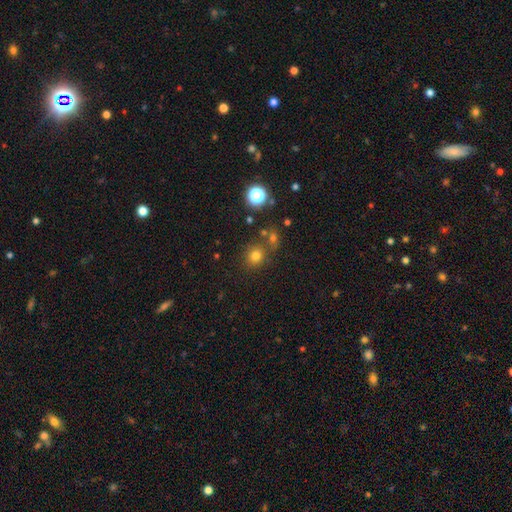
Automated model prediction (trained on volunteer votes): A smooth galaxy with no disk features (74%) that is round (83%).

Vote fractions:
- Smooth or featured? smooth: 74% / star or artifact: 20% / featured or disk: 7%
- How rounded? round: 83% / in between: 16% / cigar-shaped: 1%
- Merging? none: 73% / merger: 13% / minor disturbance: 10% / major disturbance: 4%